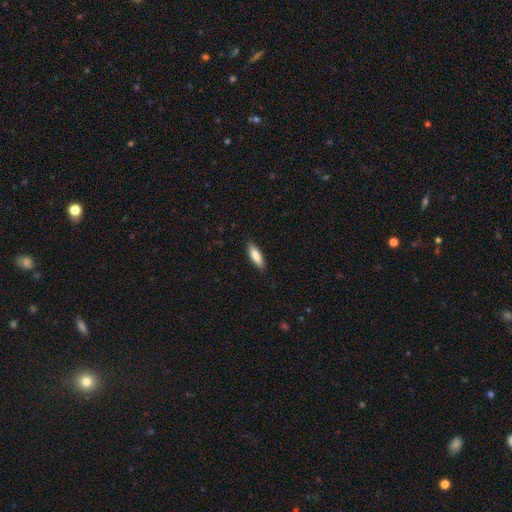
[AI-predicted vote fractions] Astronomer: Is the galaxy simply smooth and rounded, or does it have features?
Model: smooth — 84%.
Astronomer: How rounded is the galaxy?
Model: cigar-shaped — 51% (runner-up: in between, 48%).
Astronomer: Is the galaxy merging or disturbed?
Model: none — 87%.